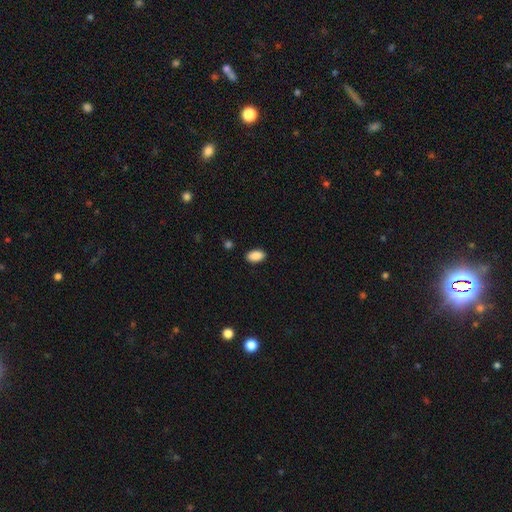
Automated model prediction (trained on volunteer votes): Smooth or featured?
  - smooth: 90% *
  - star or artifact: 7%
  - featured or disk: 3%
How rounded?
  - in between: 93% *
  - round: 5%
  - cigar-shaped: 2%
Merging?
  - none: 88% *
  - minor disturbance: 9%
  - major disturbance: 2%
  - merger: 1%